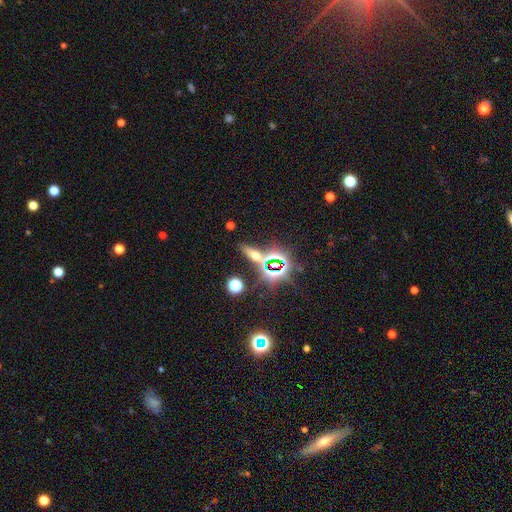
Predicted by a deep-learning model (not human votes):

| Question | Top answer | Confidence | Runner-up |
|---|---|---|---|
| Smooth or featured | star or artifact | 43% | smooth (37%) |